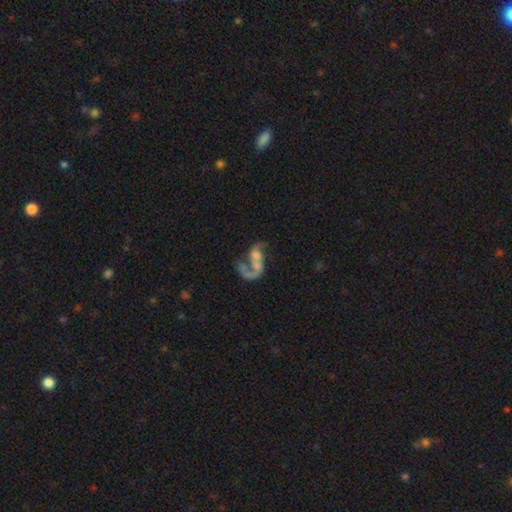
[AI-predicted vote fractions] Smooth or featured: featured or disk — 74% (smooth — 17%)
Edge-on disk: no — 97% (yes — 3%)
Bar: no — 64% (weak — 28%)
Spiral arms: yes — 77% (no — 23%)
Spiral winding: loose — 74% (medium — 21%)
Spiral arm count: 1 — 50% (2 — 43%)
Bulge size: small — 34% (none — 28%)
Merging: merger — 37% (major disturbance — 30%)